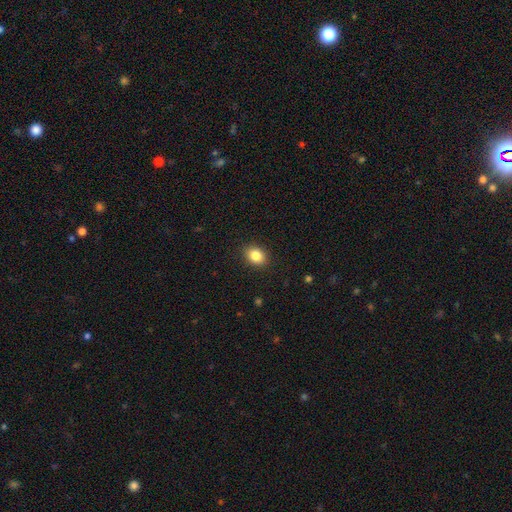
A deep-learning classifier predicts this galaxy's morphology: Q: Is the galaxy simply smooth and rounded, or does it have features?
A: smooth — 84%.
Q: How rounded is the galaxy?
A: in between — 56%.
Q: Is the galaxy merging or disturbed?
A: none — 90%.